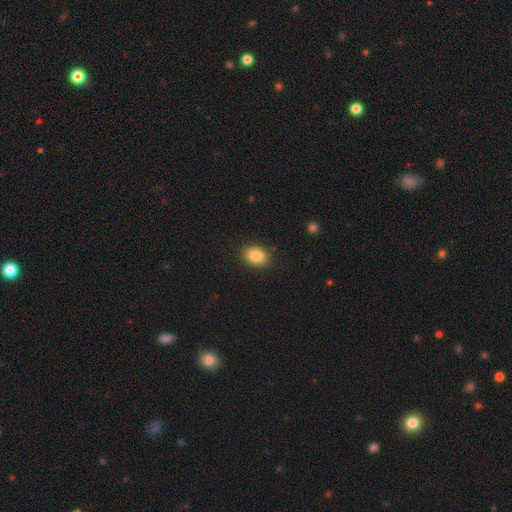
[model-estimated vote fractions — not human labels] A smooth galaxy with no disk features (86%) that is in between round and cigar-shaped (74%).

Vote fractions:
- Smooth or featured? smooth: 86% / star or artifact: 9% / featured or disk: 5%
- How rounded? in between: 74% / round: 25% / cigar-shaped: 1%
- Merging? none: 87% / minor disturbance: 9% / major disturbance: 3% / merger: 1%